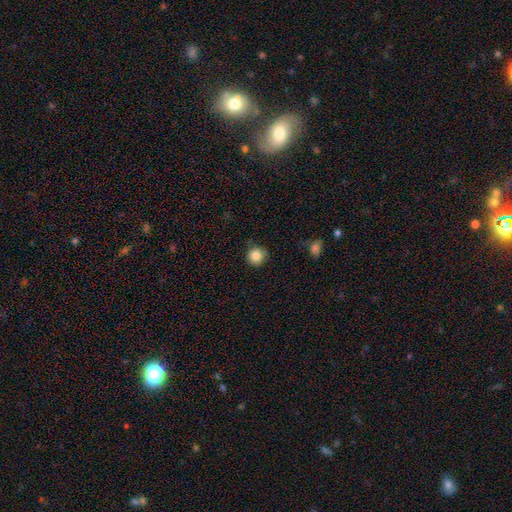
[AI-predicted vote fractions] smooth 85%, star or artifact 10%, featured or disk 5%. Down the decision tree: how rounded — round (94%); merging — none (84%).